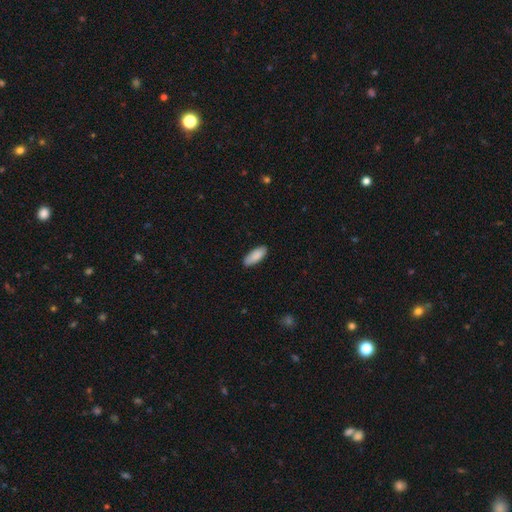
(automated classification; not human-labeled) A smooth galaxy with no disk features (89%) that is in between round and cigar-shaped (79%). Merging: none (86%).